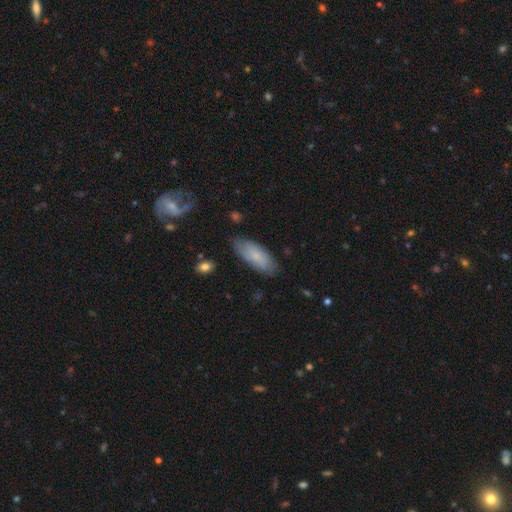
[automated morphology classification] This appears to be a smooth galaxy with no disk features (70%) that is in between round and cigar-shaped (74%). Merging: none (77%).